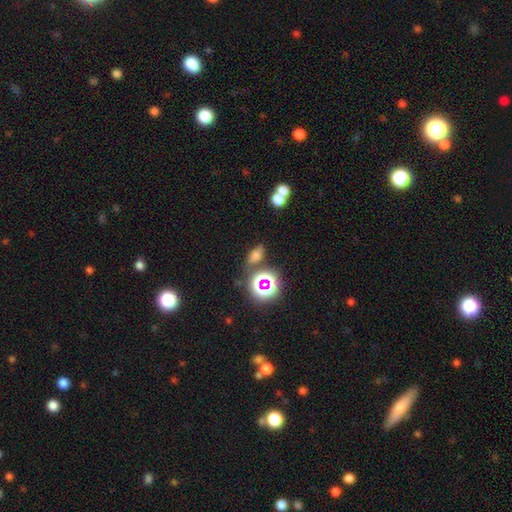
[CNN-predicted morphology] A smooth galaxy with no disk features (62%) that is in between round and cigar-shaped (74%).

Vote fractions:
- Smooth or featured? smooth: 62% / star or artifact: 26% / featured or disk: 12%
- How rounded? in between: 74% / round: 17% / cigar-shaped: 9%
- Merging? none: 73% / minor disturbance: 13% / merger: 9% / major disturbance: 5%